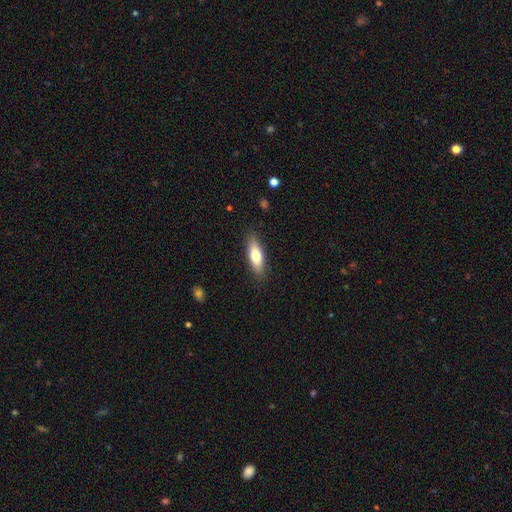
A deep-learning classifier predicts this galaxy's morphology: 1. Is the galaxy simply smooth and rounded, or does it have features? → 71% smooth, 23% featured or disk, 6% star or artifact.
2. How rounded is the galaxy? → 54% in between, 43% cigar-shaped, 2% round.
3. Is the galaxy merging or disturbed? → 86% none, 10% minor disturbance, 2% major disturbance, 1% merger.